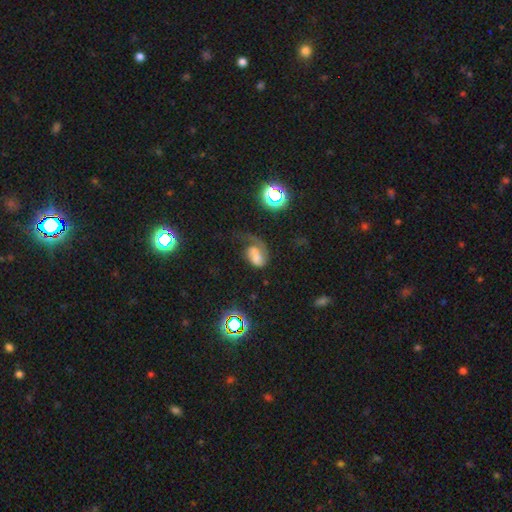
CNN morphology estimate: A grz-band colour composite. It shows a featured or disk galaxy (45%). Merging: major disturbance (46%).